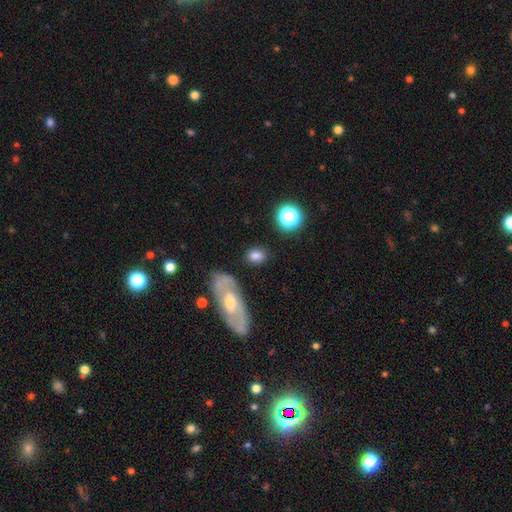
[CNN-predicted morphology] This appears to be a smooth galaxy with no disk features (76%) that is in between round and cigar-shaped (71%). Merging: none (78%).